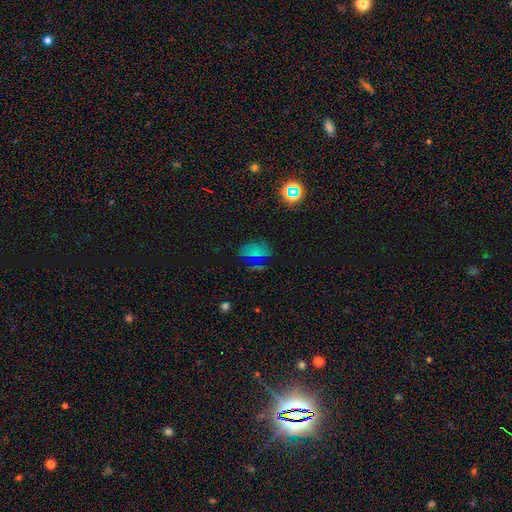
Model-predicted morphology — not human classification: This appears to be a smooth galaxy with no disk features (42%). Merging: none (61%).